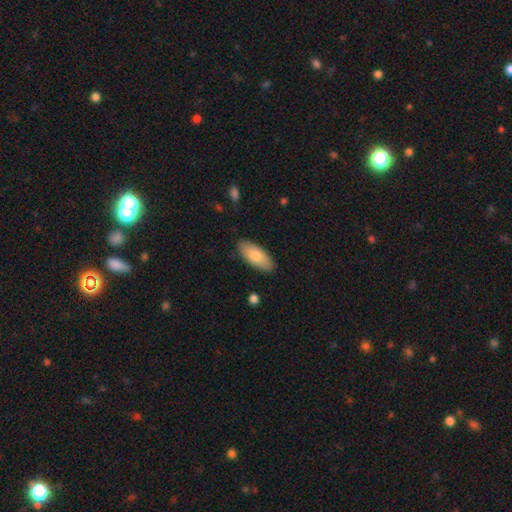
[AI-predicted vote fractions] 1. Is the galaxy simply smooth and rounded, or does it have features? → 81% smooth, 13% featured or disk, 5% star or artifact.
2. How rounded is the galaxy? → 86% in between, 12% cigar-shaped, 2% round.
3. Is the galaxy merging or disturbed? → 87% none, 10% minor disturbance, 2% major disturbance, 1% merger.